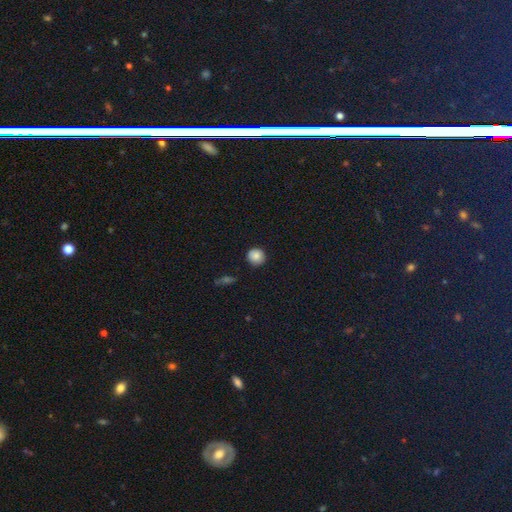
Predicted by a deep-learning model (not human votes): A smooth galaxy with no disk features (86%) that is round (94%). Merging: none (90%).